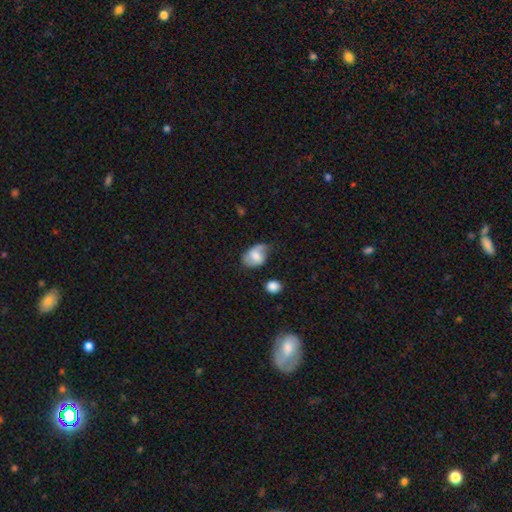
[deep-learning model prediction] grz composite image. It shows a smooth galaxy with no disk features (54%) that is in between round and cigar-shaped (78%). Merging: none (42%).